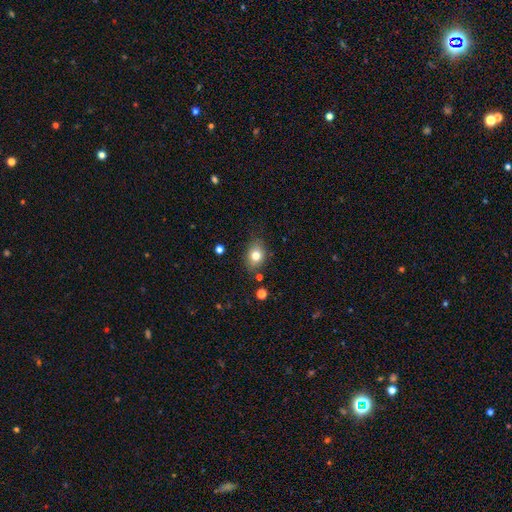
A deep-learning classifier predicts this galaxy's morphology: Overall: smooth (78%). How rounded: in between (63%; round 36%). Merging: none (78%).